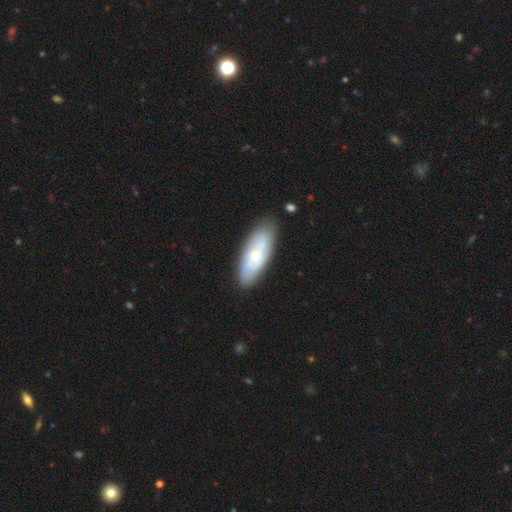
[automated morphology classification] Smooth or featured: smooth — 48% (featured or disk — 46%)
Merging: none — 78% (minor disturbance — 15%)